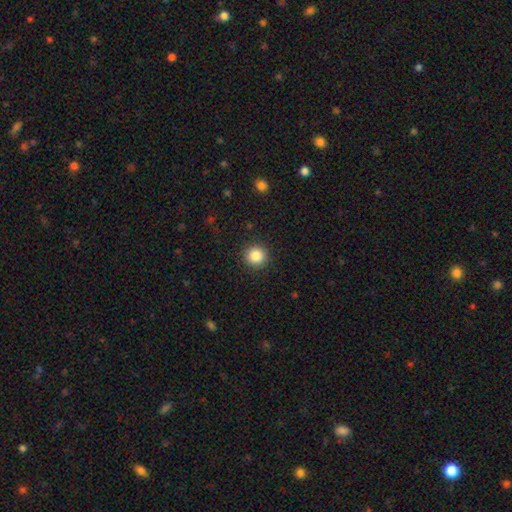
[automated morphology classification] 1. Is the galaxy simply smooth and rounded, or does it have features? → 85% smooth, 10% star or artifact, 5% featured or disk.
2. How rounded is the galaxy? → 93% round, 6% in between, 1% cigar-shaped.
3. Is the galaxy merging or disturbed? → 91% none, 6% minor disturbance, 2% major disturbance, 1% merger.